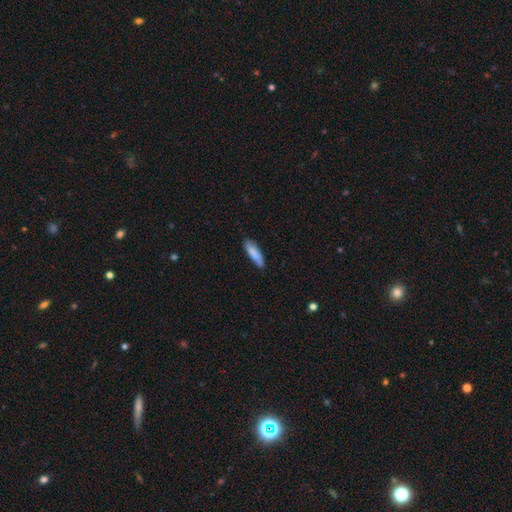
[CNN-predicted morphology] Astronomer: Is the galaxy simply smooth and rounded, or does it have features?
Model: smooth — 84%.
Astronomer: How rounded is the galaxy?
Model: cigar-shaped — 65%.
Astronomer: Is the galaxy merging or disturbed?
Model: none — 78%.